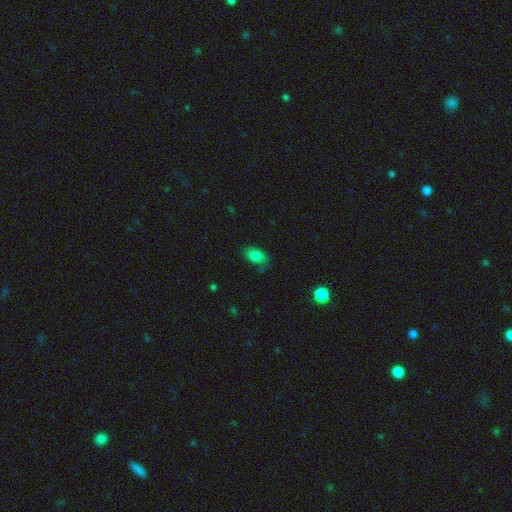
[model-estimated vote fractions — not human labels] The model was most divided on "merging": none: 66%, minor disturbance: 24%, major disturbance: 8%, merger: 3%. More confident: how rounded — in between (89%); smooth or featured — smooth (79%).